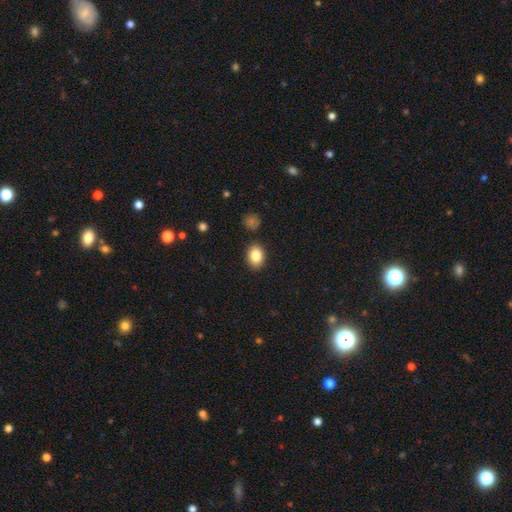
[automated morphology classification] Smooth or featured?
  - smooth: 84% *
  - star or artifact: 8%
  - featured or disk: 8%
How rounded?
  - in between: 70% *
  - round: 29%
  - cigar-shaped: 1%
Merging?
  - none: 87% *
  - minor disturbance: 8%
  - merger: 2%
  - major disturbance: 2%